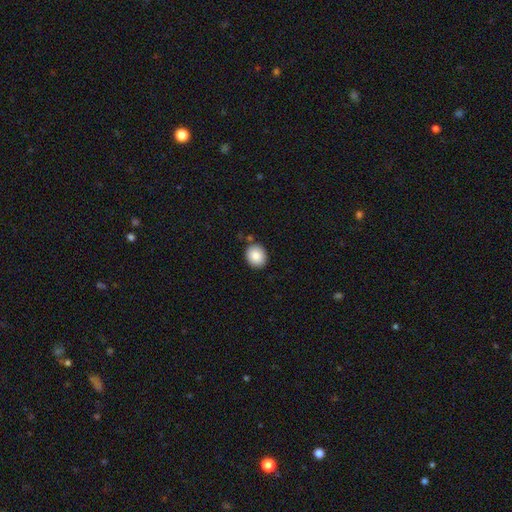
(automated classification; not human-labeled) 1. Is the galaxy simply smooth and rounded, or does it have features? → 88% smooth, 8% star or artifact, 5% featured or disk.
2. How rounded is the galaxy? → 71% round, 28% in between, 1% cigar-shaped.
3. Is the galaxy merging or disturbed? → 85% none, 9% minor disturbance, 3% merger, 2% major disturbance.